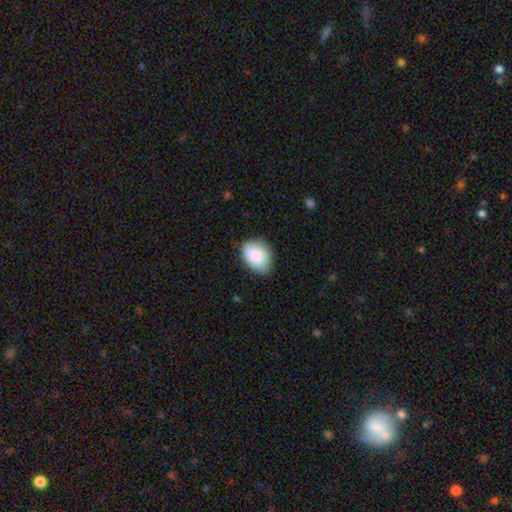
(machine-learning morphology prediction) Q: Smooth or featured?
A: smooth (84%); runner-up: featured or disk (9%)
Q: How rounded?
A: in between (68%); runner-up: round (31%)
Q: Merging?
A: none (68%); runner-up: minor disturbance (25%)